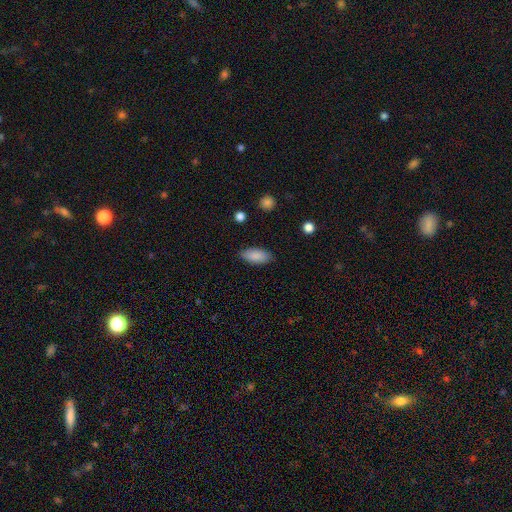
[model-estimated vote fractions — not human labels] Smooth or featured? smooth (87%)
How rounded? in between (87%)
Merging? none (86%)